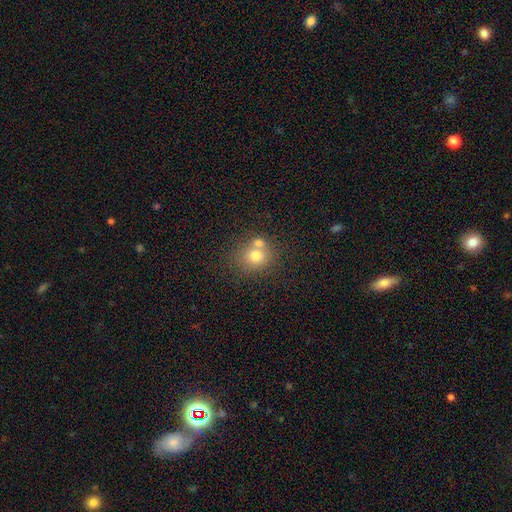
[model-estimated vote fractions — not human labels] A smooth galaxy with no disk features (73%) that is round (79%).

Vote fractions:
- Smooth or featured? smooth: 73% / featured or disk: 15% / star or artifact: 12%
- How rounded? round: 79% / in between: 21% / cigar-shaped: 1%
- Merging? none: 46% / merger: 42% / minor disturbance: 9% / major disturbance: 3%